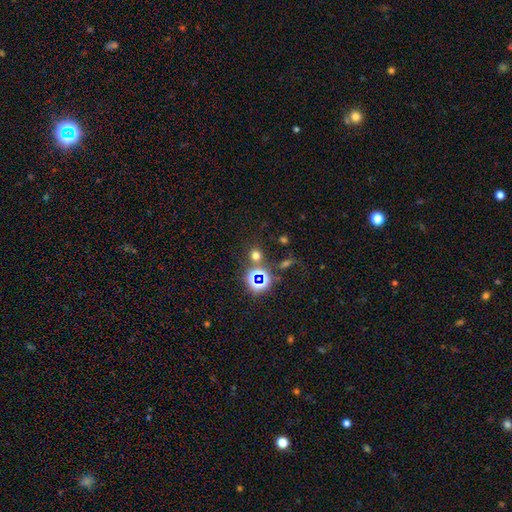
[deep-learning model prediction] A smooth galaxy with no disk features (57%) that is round (82%).

Vote fractions:
- Smooth or featured? smooth: 57% / star or artifact: 36% / featured or disk: 7%
- How rounded? round: 82% / in between: 16% / cigar-shaped: 1%
- Merging? none: 76% / merger: 11% / minor disturbance: 8% / major disturbance: 5%